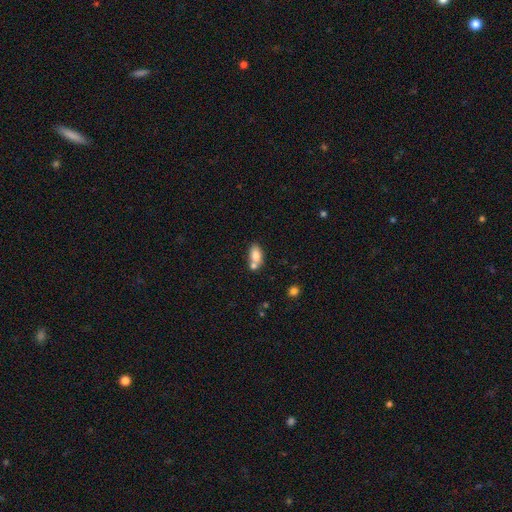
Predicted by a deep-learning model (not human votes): This is clearly a smooth galaxy (80%). How rounded: clearly in between (89%). Merging: marginally none (44%).